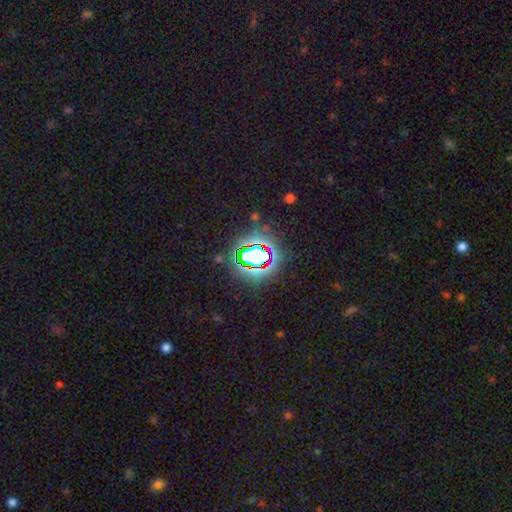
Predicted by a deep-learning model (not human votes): smooth-or-featured: star or artifact: 72% | smooth: 17% | featured or disk: 11%